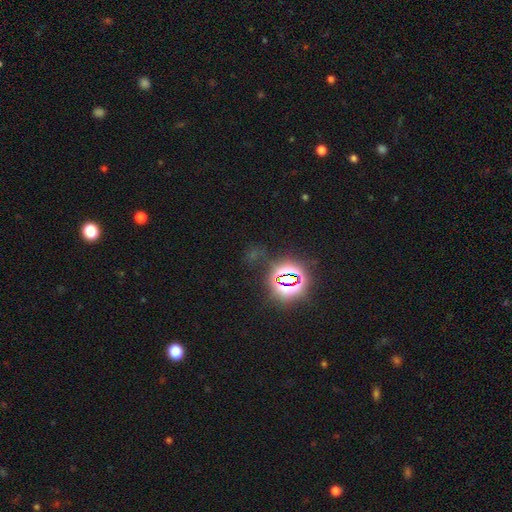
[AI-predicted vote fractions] Smooth or featured? Predicted: star or artifact (p=0.76).